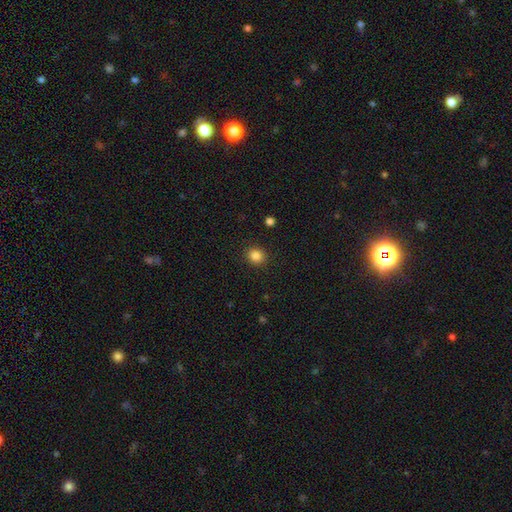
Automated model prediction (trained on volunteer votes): A smooth galaxy with no disk features (85%) that is round (81%).

Vote fractions:
- Smooth or featured? smooth: 85% / star or artifact: 11% / featured or disk: 4%
- How rounded? round: 81% / in between: 19% / cigar-shaped: 1%
- Merging? none: 91% / minor disturbance: 6% / major disturbance: 2% / merger: 1%